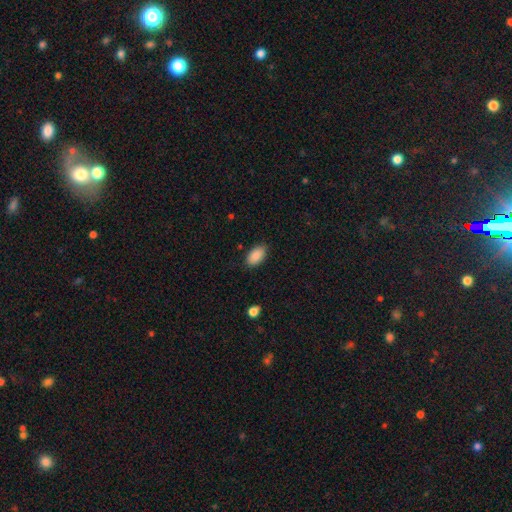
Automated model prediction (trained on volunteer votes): The model was most divided on "merging": none: 84%, minor disturbance: 12%, major disturbance: 3%, merger: 1%. More confident: how rounded — in between (94%); smooth or featured — smooth (89%).